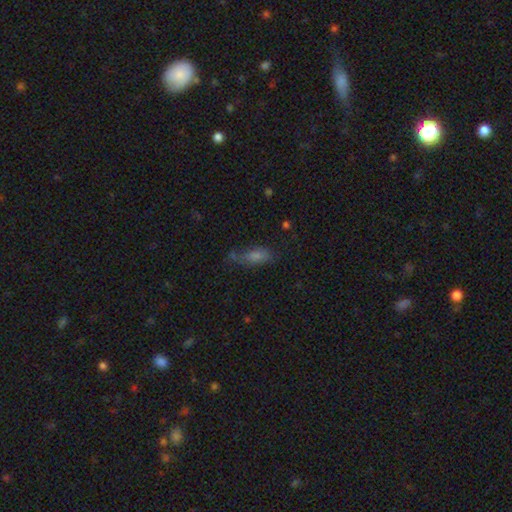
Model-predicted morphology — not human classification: Smooth or featured?
  - smooth: 61% *
  - star or artifact: 20%
  - featured or disk: 19%
How rounded?
  - in between: 63% *
  - cigar-shaped: 31%
  - round: 6%
Merging?
  - none: 58% *
  - minor disturbance: 24%
  - major disturbance: 11%
  - merger: 8%